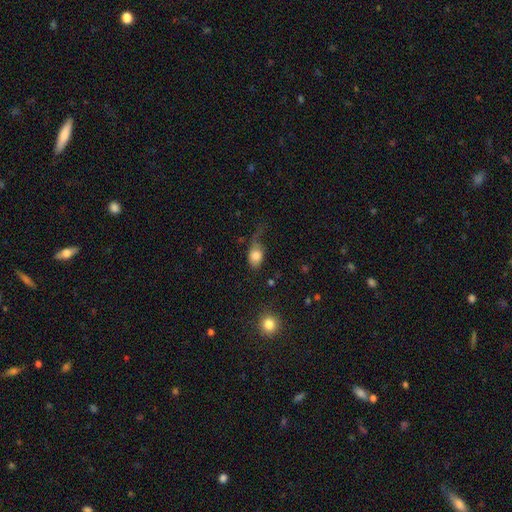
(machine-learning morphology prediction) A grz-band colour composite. It shows a smooth galaxy with no disk features (78%) that is in between round and cigar-shaped (68%). Merging: major disturbance (38%).